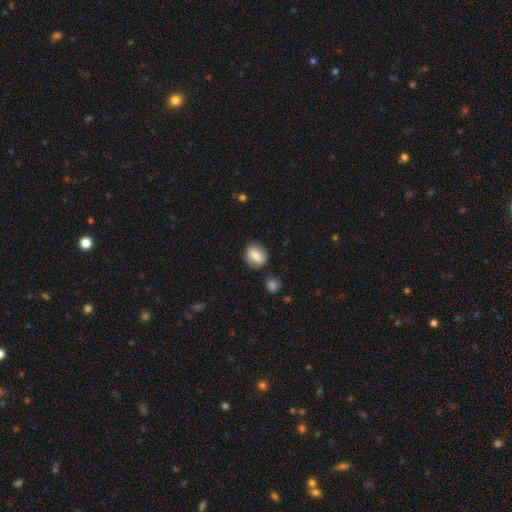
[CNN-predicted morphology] This is likely a smooth galaxy (75%). How rounded: possibly in between (55%). Merging: likely none (76%).